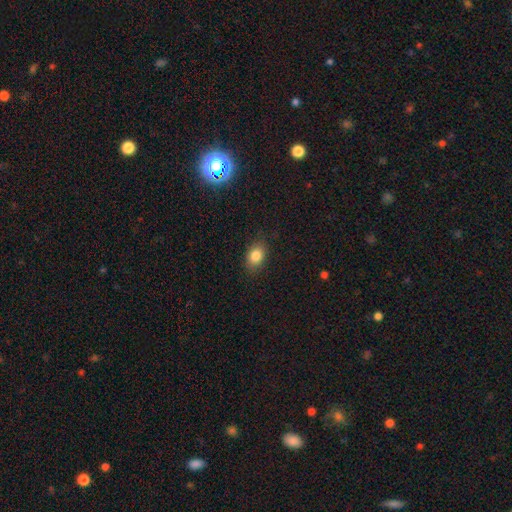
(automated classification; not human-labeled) This is clearly a smooth galaxy (84%). How rounded: likely in between (77%). Merging: clearly none (85%).